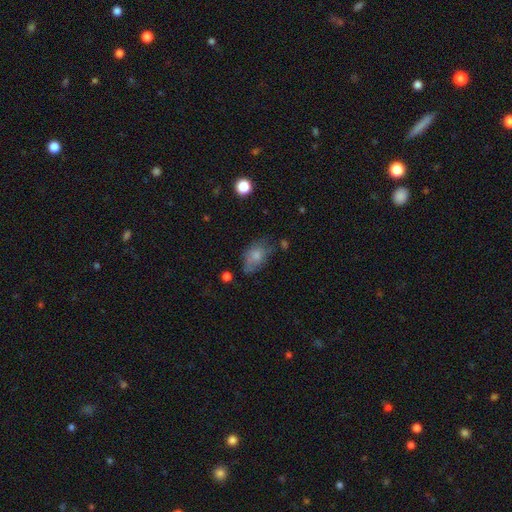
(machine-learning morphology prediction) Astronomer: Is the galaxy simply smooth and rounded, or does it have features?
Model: smooth — 71%.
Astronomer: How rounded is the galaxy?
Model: in between — 83%.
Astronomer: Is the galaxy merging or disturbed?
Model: none — 41% (runner-up: minor disturbance, 33%).